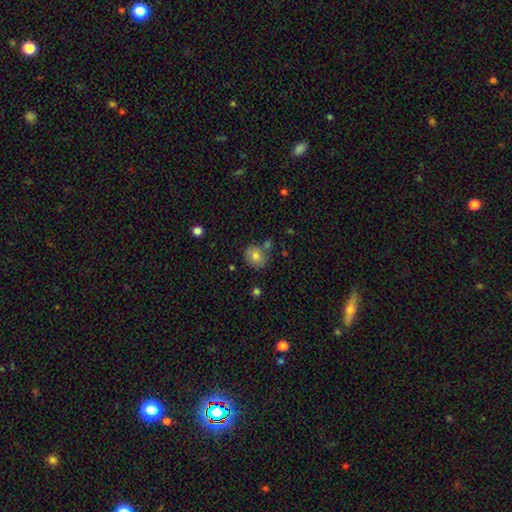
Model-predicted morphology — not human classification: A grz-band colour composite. It shows a smooth galaxy with no disk features (77%) that is round (81%). Merging: none (70%).